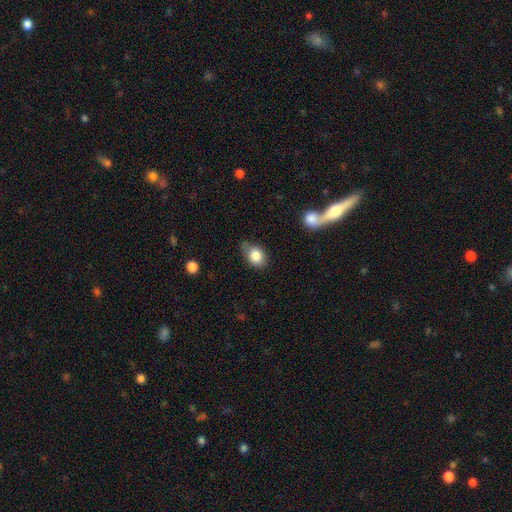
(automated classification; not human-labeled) Morphology: type=smooth (83%); roundness=in between (67%); merging=none (51%).